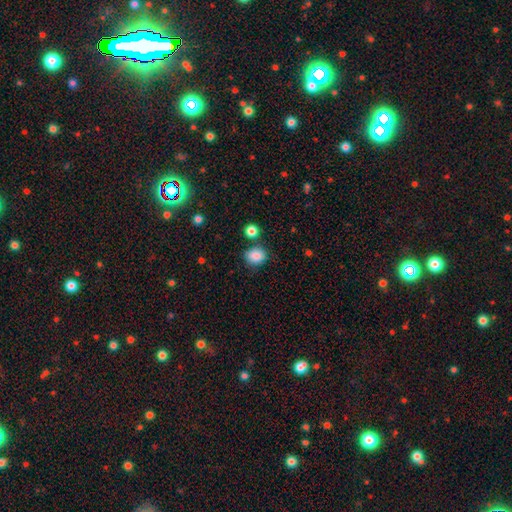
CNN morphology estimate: type=smooth (86%); roundness=round (64%); merging=none (77%).